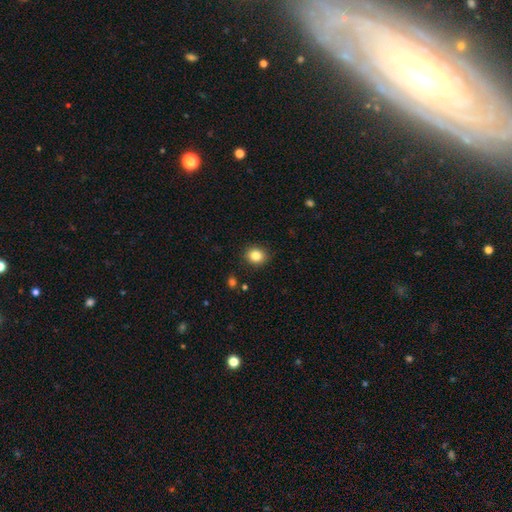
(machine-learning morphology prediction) A smooth galaxy with no disk features (84%) that is round (73%). Merging: none (89%).